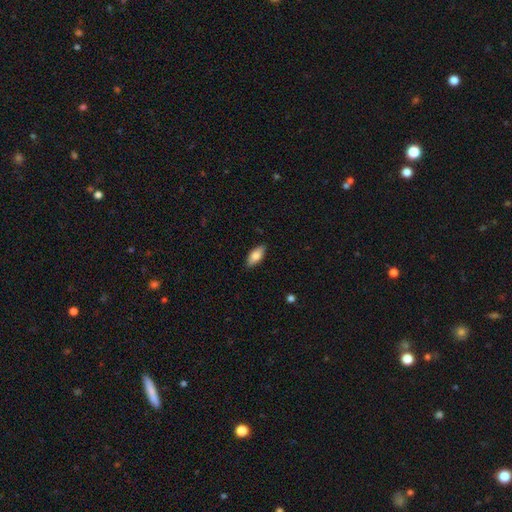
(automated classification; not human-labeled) A smooth galaxy with no disk features (81%) that is in between round and cigar-shaped (84%).

Vote fractions:
- Smooth or featured? smooth: 81% / featured or disk: 13% / star or artifact: 6%
- How rounded? in between: 84% / cigar-shaped: 14% / round: 2%
- Merging? none: 87% / minor disturbance: 10% / major disturbance: 2% / merger: 1%